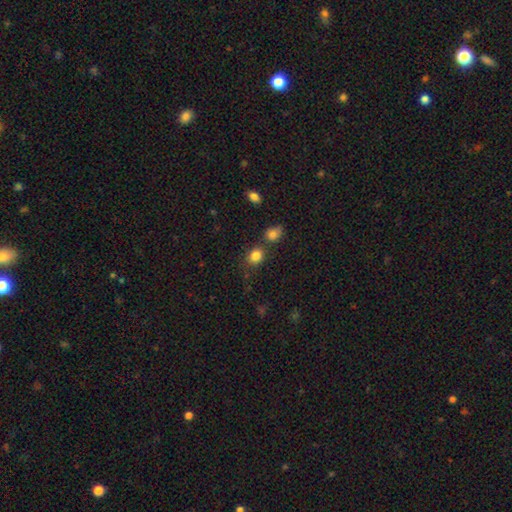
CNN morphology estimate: smooth_or_featured: smooth (p=0.83) [alt: star or artifact p=0.11]
how_rounded: round (p=0.60) [alt: in between p=0.39]
merging: none (p=0.70) [alt: merger p=0.15]